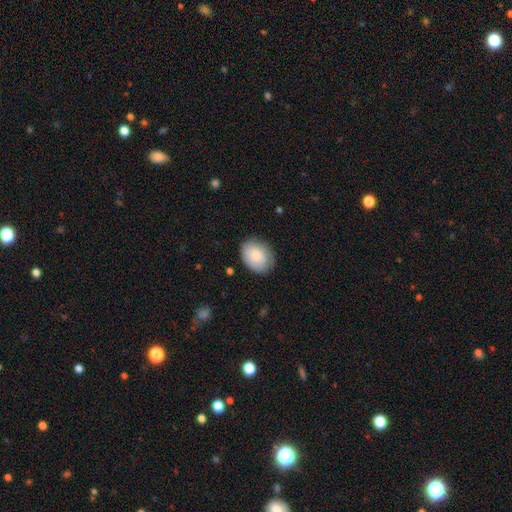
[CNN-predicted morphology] This is clearly a smooth galaxy (84%). How rounded: likely in between (70%). Merging: likely none (79%).